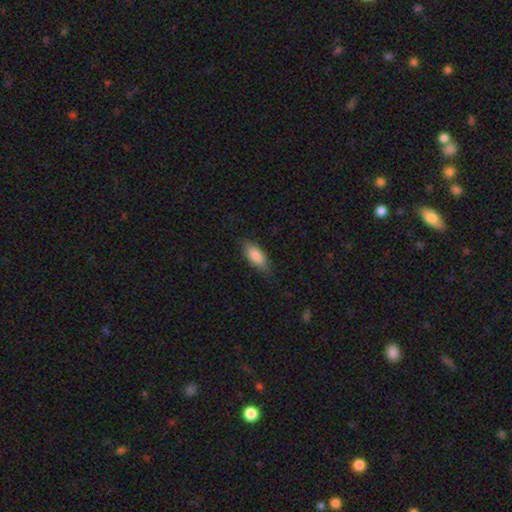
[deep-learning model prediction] smooth 86%, featured or disk 8%, star or artifact 6%. Down the decision tree: how rounded — in between (78%); merging — none (78%).